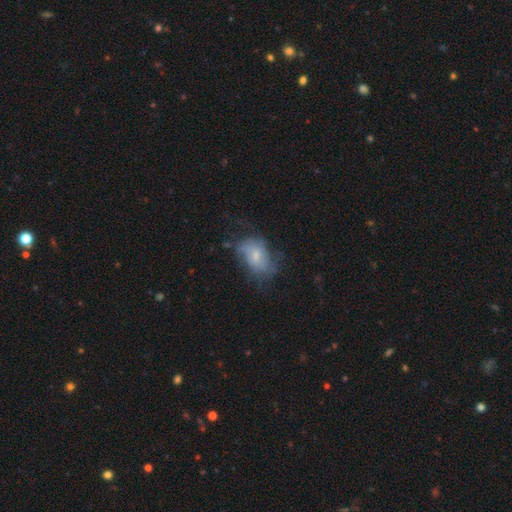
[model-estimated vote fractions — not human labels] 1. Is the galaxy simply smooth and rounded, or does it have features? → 48% featured or disk, 43% smooth, 9% star or artifact.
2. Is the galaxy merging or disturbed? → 47% none, 28% minor disturbance, 23% major disturbance, 2% merger.